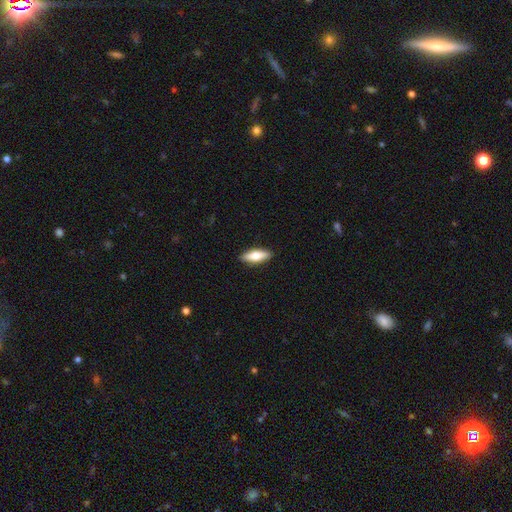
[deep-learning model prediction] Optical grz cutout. It shows a smooth galaxy with no disk features (65%) that is in between round and cigar-shaped (56%). Merging: none (89%).